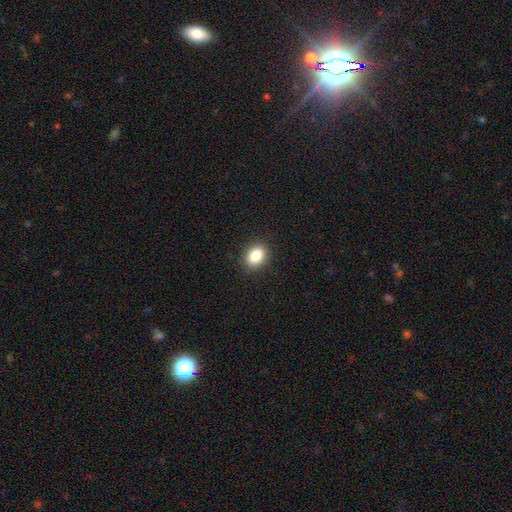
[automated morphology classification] Smooth or featured?
  - smooth: 86% *
  - star or artifact: 9%
  - featured or disk: 5%
How rounded?
  - in between: 75% *
  - round: 24%
  - cigar-shaped: 1%
Merging?
  - none: 89% *
  - minor disturbance: 8%
  - major disturbance: 2%
  - merger: 1%